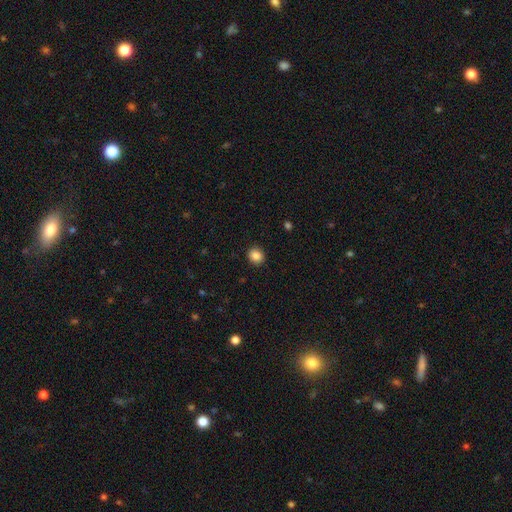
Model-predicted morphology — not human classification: The model was most divided on "how rounded": round: 82%, in between: 17%, cigar-shaped: 1%. More confident: merging — none (91%); smooth or featured — smooth (86%).